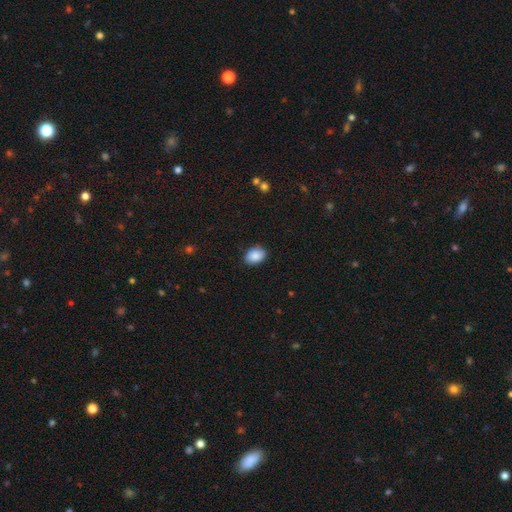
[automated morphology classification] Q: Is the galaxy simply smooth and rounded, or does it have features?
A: smooth — 89%.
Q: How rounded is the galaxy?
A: in between — 76%.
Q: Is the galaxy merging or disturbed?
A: none — 86%.